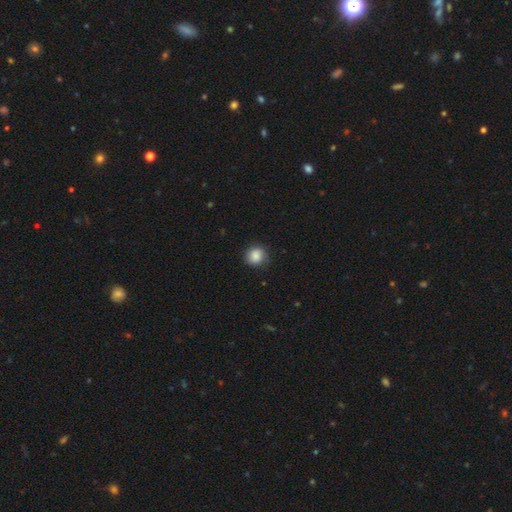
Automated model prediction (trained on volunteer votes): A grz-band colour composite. It shows a smooth galaxy with no disk features (87%) that is round (88%). Merging: none (84%).